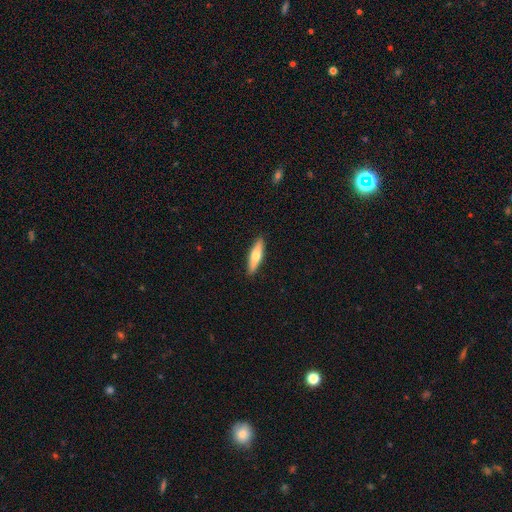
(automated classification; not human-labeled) A smooth galaxy with no disk features (59%) that is cigar-shaped (67%).

Vote fractions:
- Smooth or featured? smooth: 59% / featured or disk: 35% / star or artifact: 5%
- How rounded? cigar-shaped: 67% / in between: 31% / round: 2%
- Merging? none: 90% / minor disturbance: 7% / major disturbance: 2% / merger: 1%